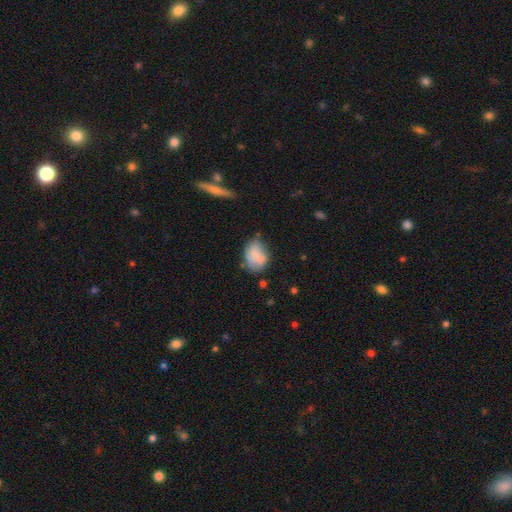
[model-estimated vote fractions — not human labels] Smooth or featured? Predicted: smooth (p=0.77). How rounded? Predicted: in between (p=0.74). Merging? Predicted: none (p=0.51).